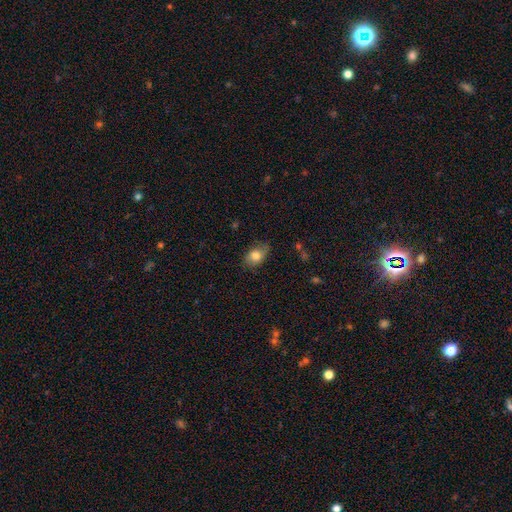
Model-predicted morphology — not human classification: Smooth or featured? Predicted: smooth (p=0.75). How rounded? Predicted: in between (p=0.81). Merging? Predicted: none (p=0.69).